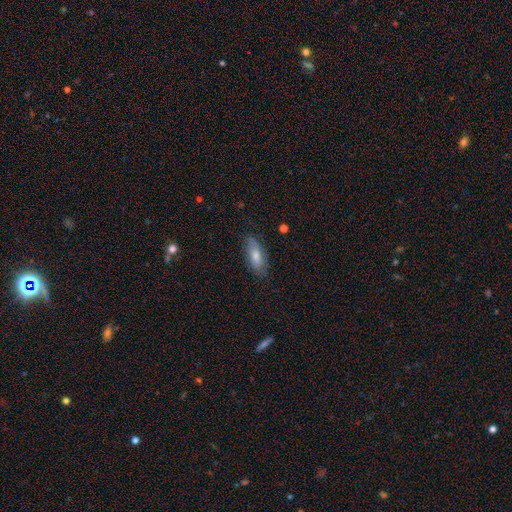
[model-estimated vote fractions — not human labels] Smooth or featured? smooth (68%)
How rounded? in between (76%)
Merging? none (78%)